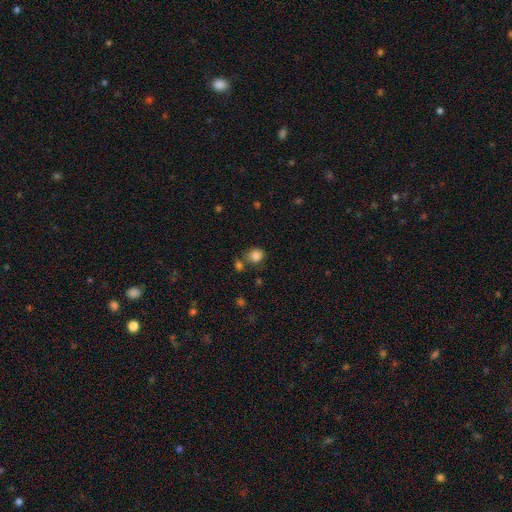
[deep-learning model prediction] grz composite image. It shows a smooth galaxy with no disk features (84%) that is round (72%). Merging: none (65%).